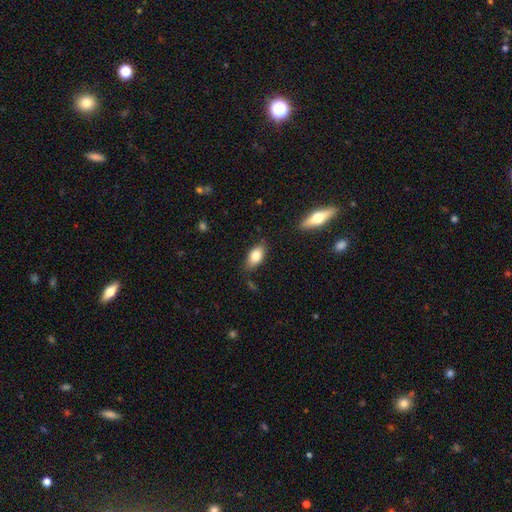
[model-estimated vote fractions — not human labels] smooth 79%, featured or disk 14%, star or artifact 7%. Down the decision tree: how rounded — in between (88%); merging — none (79%).